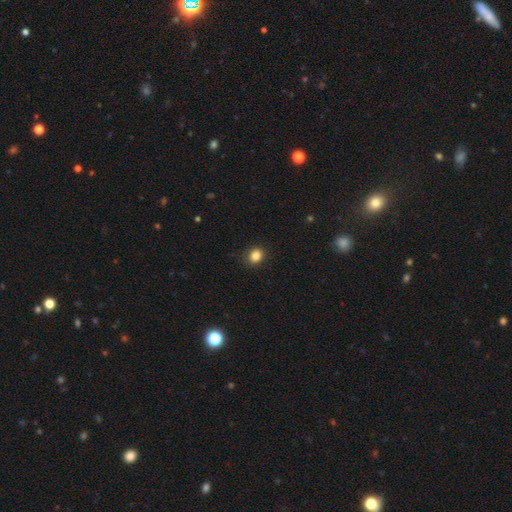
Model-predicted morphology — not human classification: Smooth or featured?
  - smooth: 85% *
  - star or artifact: 11%
  - featured or disk: 4%
How rounded?
  - round: 75% *
  - in between: 24%
  - cigar-shaped: 1%
Merging?
  - none: 88% *
  - minor disturbance: 9%
  - major disturbance: 2%
  - merger: 1%